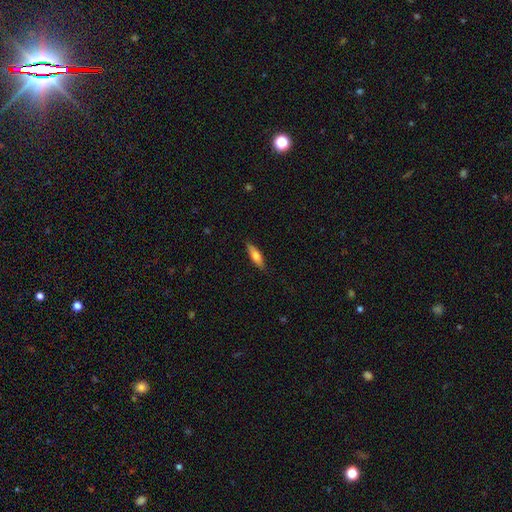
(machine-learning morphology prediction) smooth_or_featured: smooth (p=0.68) [alt: featured or disk p=0.27]
how_rounded: cigar-shaped (p=0.57) [alt: in between p=0.41]
merging: none (p=0.85) [alt: minor disturbance p=0.11]